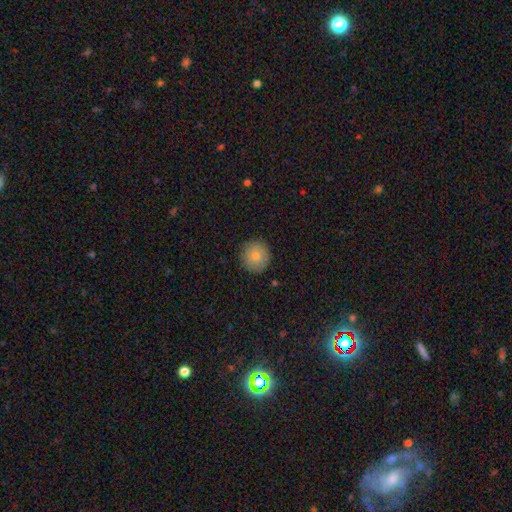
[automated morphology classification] The model was most divided on "smooth or featured": smooth: 79%, featured or disk: 12%, star or artifact: 9%. More confident: how rounded — round (93%); merging — none (88%).